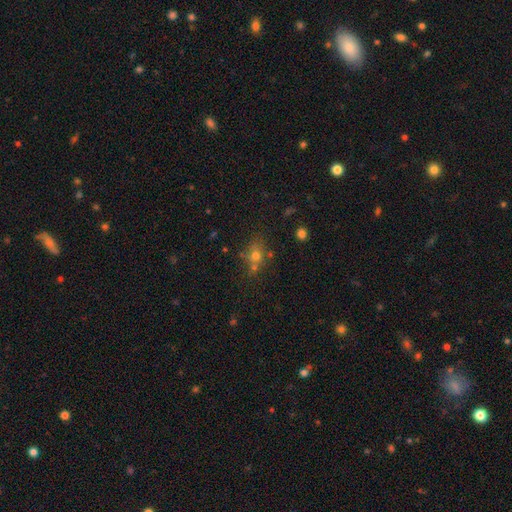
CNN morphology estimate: Smooth or featured? smooth (65%)
How rounded? round (63%)
Merging? none (60%)